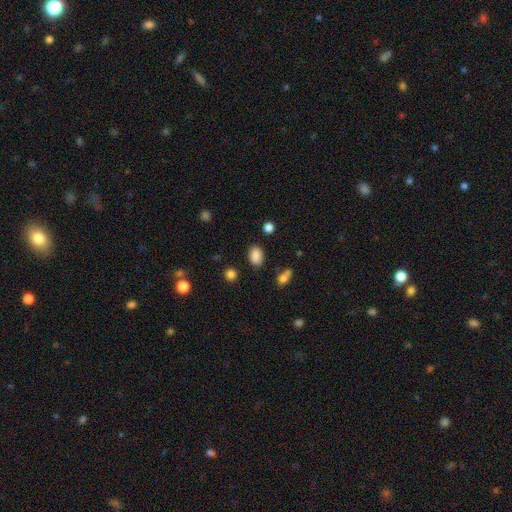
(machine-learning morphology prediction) A smooth galaxy with no disk features (85%) that is in between round and cigar-shaped (83%). Merging: none (80%).